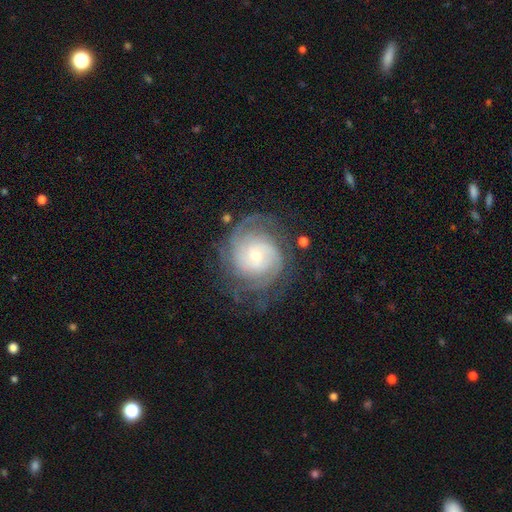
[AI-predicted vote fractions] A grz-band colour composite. It shows a featured or disk galaxy (84%) with no bar (73%), tight (66%) spiral arms (95%) and a small central bulge (64%). Merging: none (70%).